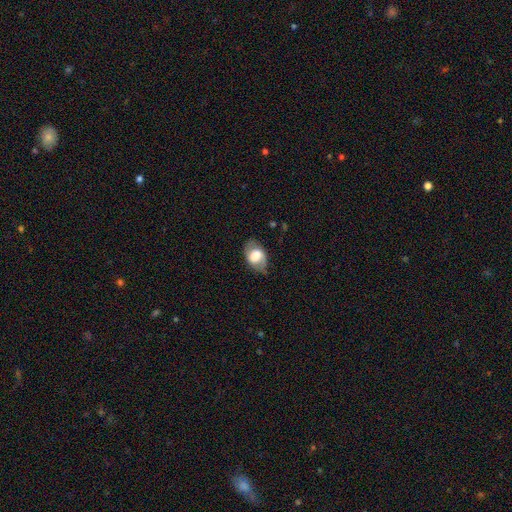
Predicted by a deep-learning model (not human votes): Smooth or featured?
  - smooth: 52% *
  - featured or disk: 40%
  - star or artifact: 8%
How rounded?
  - in between: 85% *
  - round: 14%
  - cigar-shaped: 2%
Merging?
  - none: 72% *
  - minor disturbance: 19%
  - major disturbance: 7%
  - merger: 1%